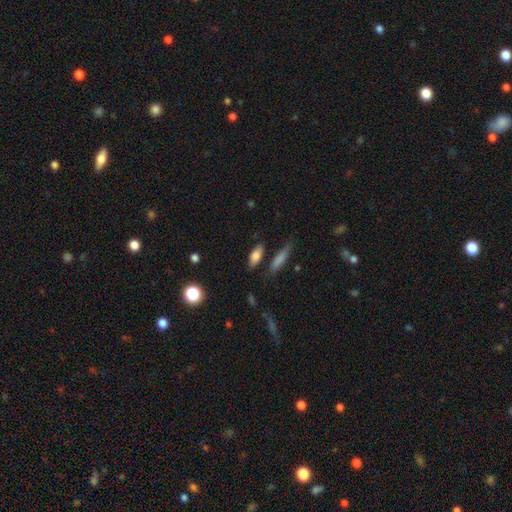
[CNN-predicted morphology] Smooth or featured? smooth (79%)
How rounded? in between (67%)
Merging? none (78%)